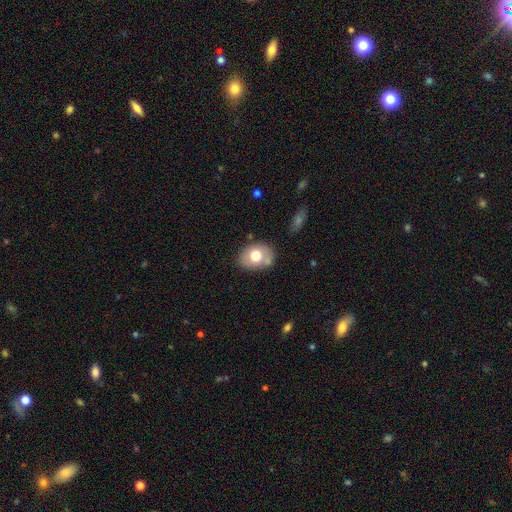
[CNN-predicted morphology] Smooth or featured: smooth — 70% (featured or disk — 22%)
How rounded: in between — 69% (round — 30%)
Merging: none — 73% (minor disturbance — 18%)